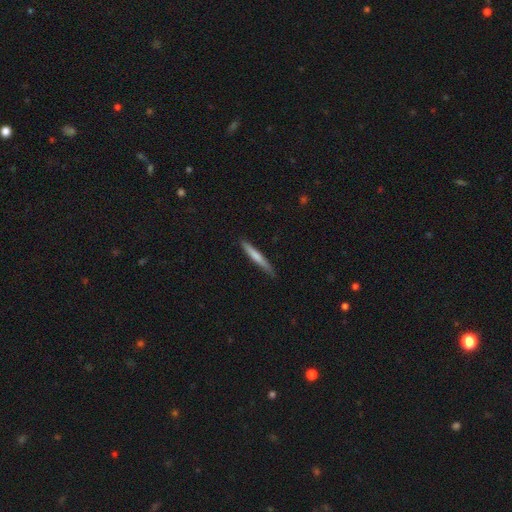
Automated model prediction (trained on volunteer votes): smooth 66%, featured or disk 29%, star or artifact 5%. Down the decision tree: how rounded — cigar-shaped (96%); merging — none (84%).